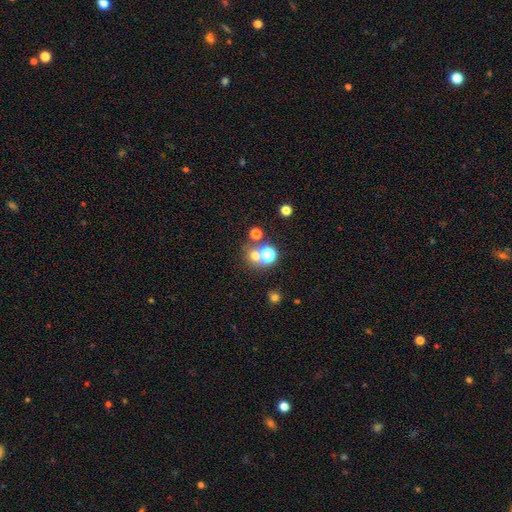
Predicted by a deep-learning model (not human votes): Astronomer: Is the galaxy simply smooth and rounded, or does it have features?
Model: smooth — 61%.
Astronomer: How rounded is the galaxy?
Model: round — 84%.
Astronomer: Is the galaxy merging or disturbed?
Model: none — 58%.